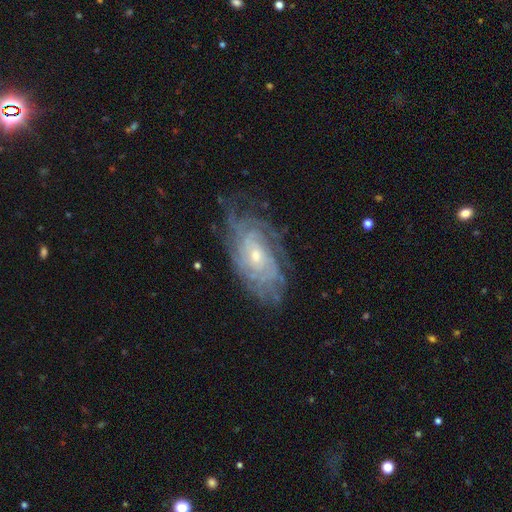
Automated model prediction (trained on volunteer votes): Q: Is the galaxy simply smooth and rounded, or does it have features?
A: featured or disk — 84%.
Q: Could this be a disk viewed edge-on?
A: no — 94%.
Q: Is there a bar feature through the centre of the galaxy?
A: no — 71%.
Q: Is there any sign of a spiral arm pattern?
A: yes — 95%.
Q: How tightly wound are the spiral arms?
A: tight — 74%.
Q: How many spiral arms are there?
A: can't tell — 47%.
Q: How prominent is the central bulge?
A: small — 63%.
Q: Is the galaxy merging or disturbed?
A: none — 71%.